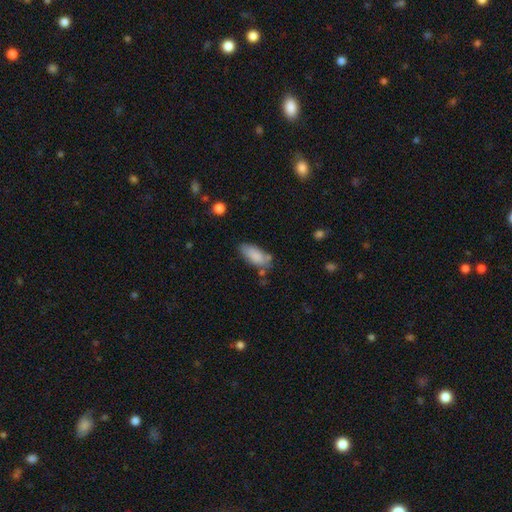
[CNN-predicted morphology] A smooth galaxy with no disk features (85%) that is in between round and cigar-shaped (85%).

Vote fractions:
- Smooth or featured? smooth: 85% / featured or disk: 9% / star or artifact: 7%
- How rounded? in between: 85% / cigar-shaped: 13% / round: 2%
- Merging? none: 64% / minor disturbance: 24% / merger: 7% / major disturbance: 6%